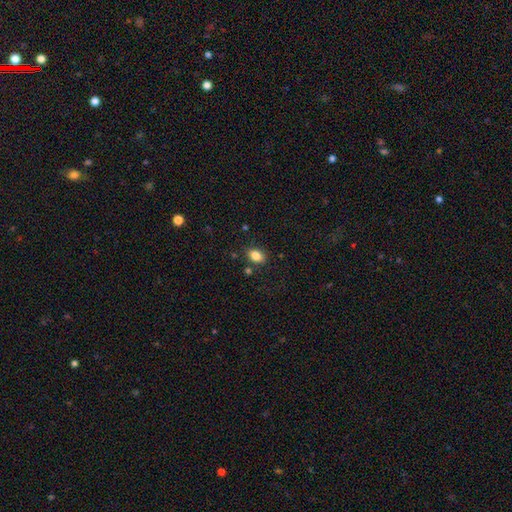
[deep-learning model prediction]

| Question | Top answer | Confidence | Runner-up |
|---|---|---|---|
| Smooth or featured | smooth | 84% | star or artifact (10%) |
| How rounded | in between | 80% | round (19%) |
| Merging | none | 80% | minor disturbance (12%) |